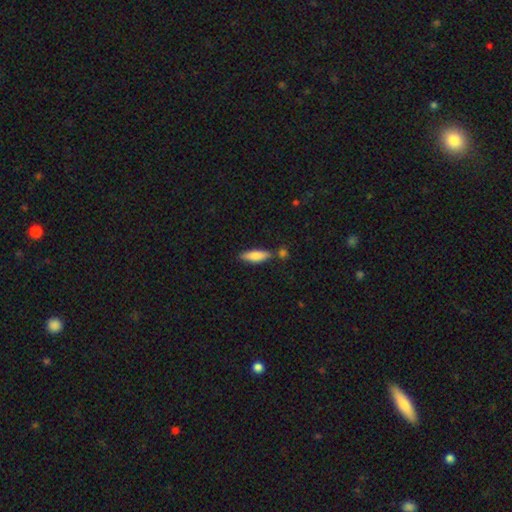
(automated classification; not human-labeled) Smooth or featured? Predicted: smooth (p=0.75). How rounded? Predicted: cigar-shaped (p=0.54). Merging? Predicted: none (p=0.75).